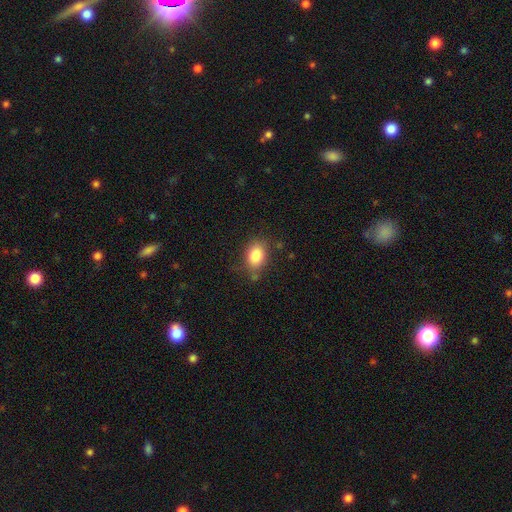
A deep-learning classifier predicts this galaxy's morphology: A smooth galaxy with no disk features (83%) that is in between round and cigar-shaped (73%). Merging: none (72%).